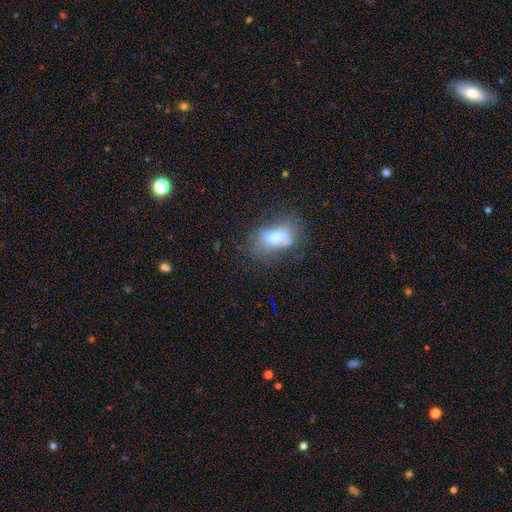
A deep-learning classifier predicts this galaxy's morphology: The model was most divided on "merging": none: 60%, minor disturbance: 21%, major disturbance: 10%, merger: 9%. More confident: how rounded — in between (79%); smooth or featured — smooth (61%).